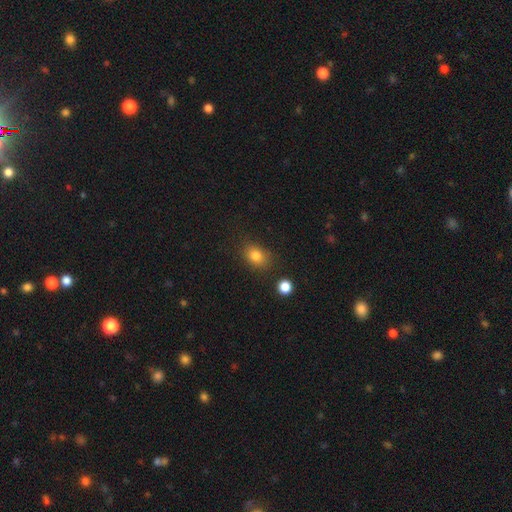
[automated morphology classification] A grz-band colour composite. It shows a smooth galaxy with no disk features (82%) that is in between round and cigar-shaped (63%). Merging: none (79%).